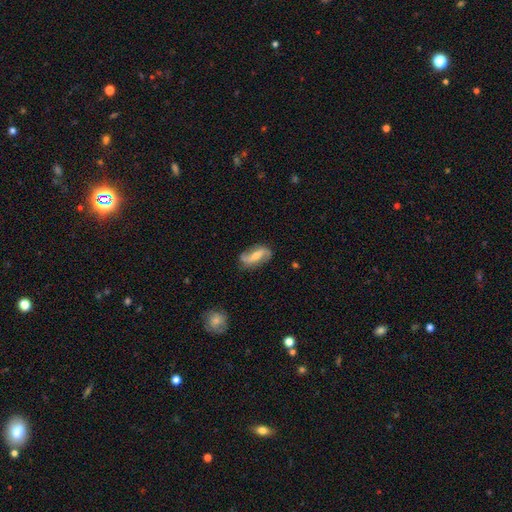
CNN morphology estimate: This is likely a featured or disk galaxy (77%). It is clearly not viewed edge-on (93%). Bar: marginally strong (39%). Spiral arm pattern: clearly yes (92%). Spiral arm count: clearly 2 (90%). Spiral winding: likely loose (67%). Central bulge: possibly moderate (53%). Merging: likely none (76%).